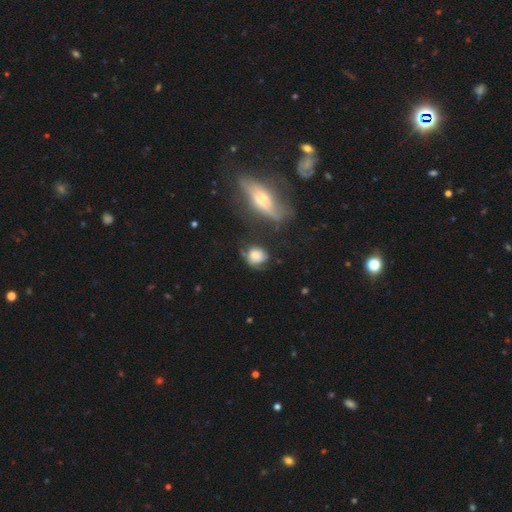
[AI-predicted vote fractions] Smooth or featured? smooth (66%)
How rounded? round (70%)
Merging? none (44%)